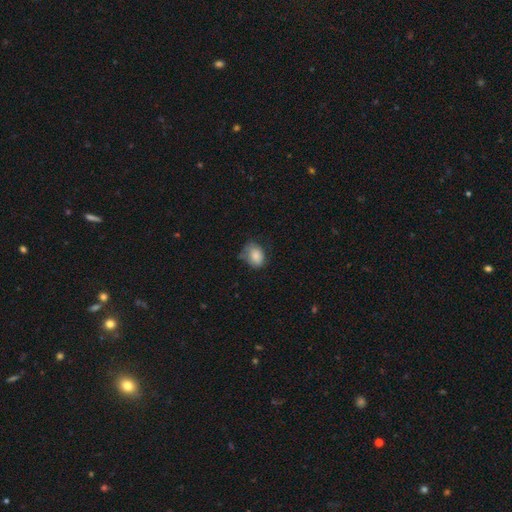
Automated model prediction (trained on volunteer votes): Smooth or featured: smooth — 82% (featured or disk — 10%)
How rounded: in between — 66% (round — 33%)
Merging: none — 50% (minor disturbance — 35%)